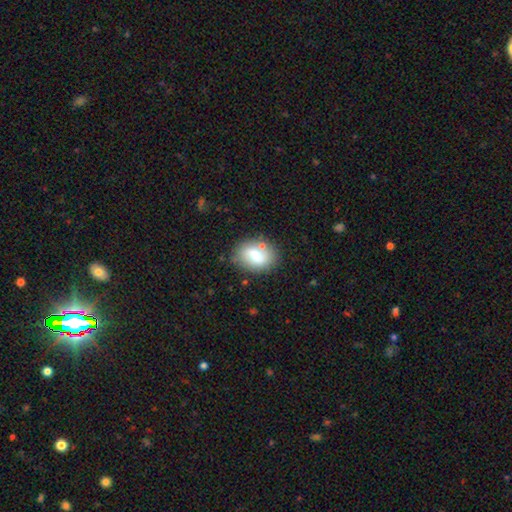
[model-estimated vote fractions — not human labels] A smooth galaxy with no disk features (65%) that is in between round and cigar-shaped (67%).

Vote fractions:
- Smooth or featured? smooth: 65% / featured or disk: 26% / star or artifact: 8%
- How rounded? in between: 67% / round: 32% / cigar-shaped: 1%
- Merging? none: 76% / minor disturbance: 13% / merger: 7% / major disturbance: 4%